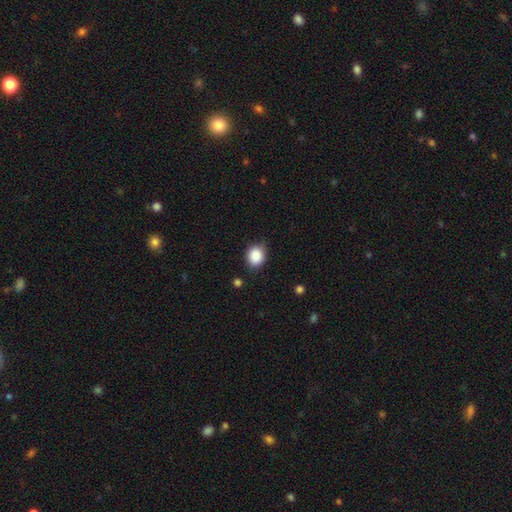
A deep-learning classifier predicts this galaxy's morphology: Smooth or featured? smooth (87%)
How rounded? round (65%)
Merging? none (76%)